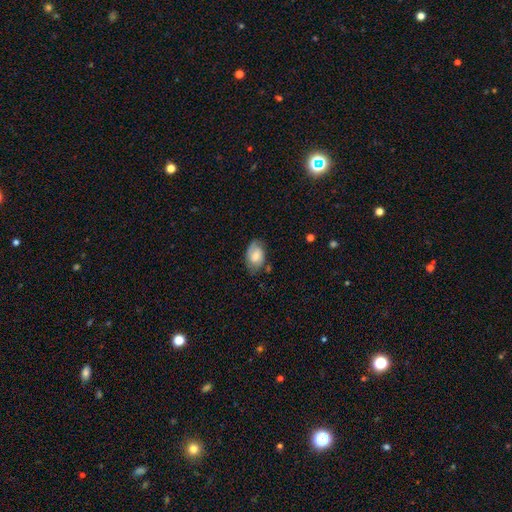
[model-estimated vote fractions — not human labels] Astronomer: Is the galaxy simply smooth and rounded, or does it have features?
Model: smooth — 61%.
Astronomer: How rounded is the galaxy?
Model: in between — 88%.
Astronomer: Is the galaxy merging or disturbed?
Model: none — 62%.